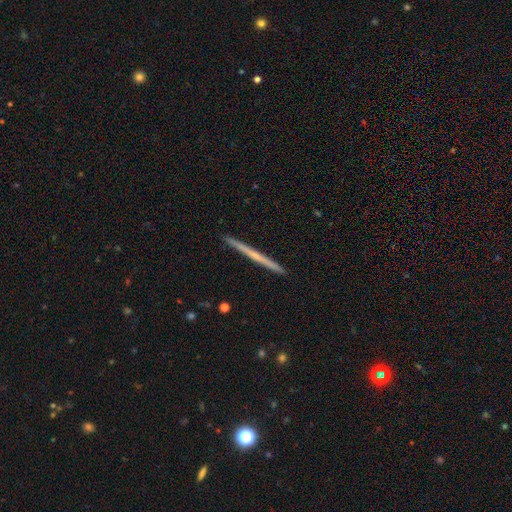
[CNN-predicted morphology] type=featured or disk (59%); edge-on=yes (98%); edge-on bulge=none (77%); merging=none (93%).